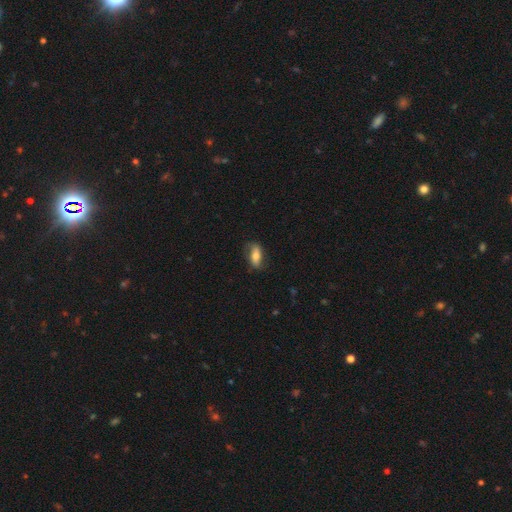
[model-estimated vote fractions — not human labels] Overall: smooth (65%; featured or disk 27%). How rounded: in between (83%). Merging: none (70%).